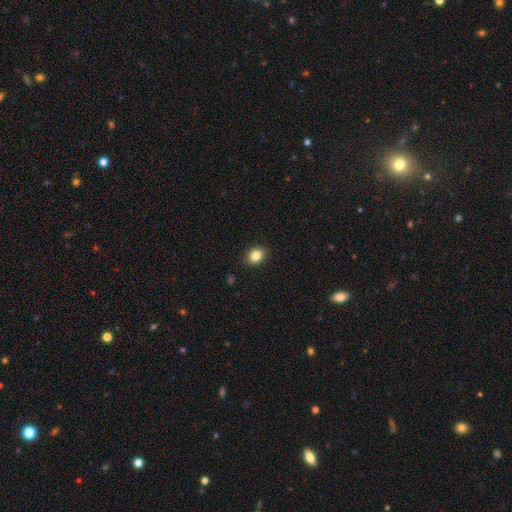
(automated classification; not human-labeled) Q: Smooth or featured?
A: smooth (84%); runner-up: star or artifact (10%)
Q: How rounded?
A: in between (58%); runner-up: round (41%)
Q: Merging?
A: none (89%); runner-up: minor disturbance (8%)